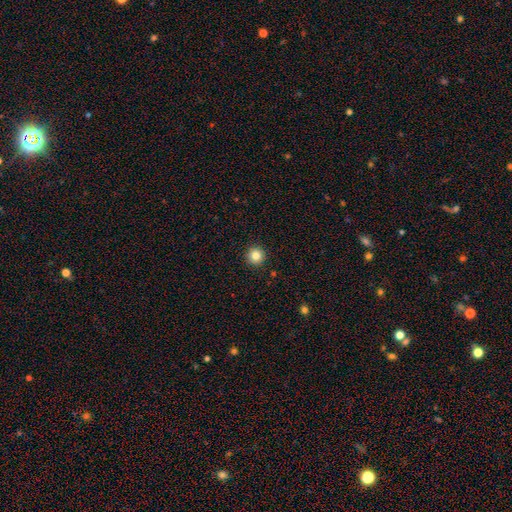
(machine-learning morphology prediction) Smooth or featured: smooth — 83% (star or artifact — 11%)
How rounded: round — 96% (in between — 3%)
Merging: none — 93% (minor disturbance — 4%)